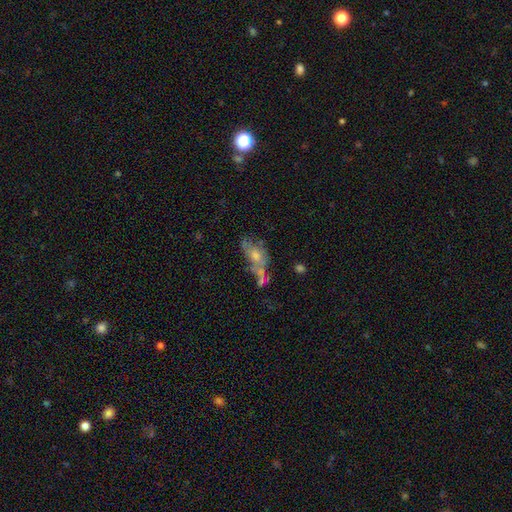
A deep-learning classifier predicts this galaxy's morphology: A featured or disk galaxy (51%). Merging: none (32%).